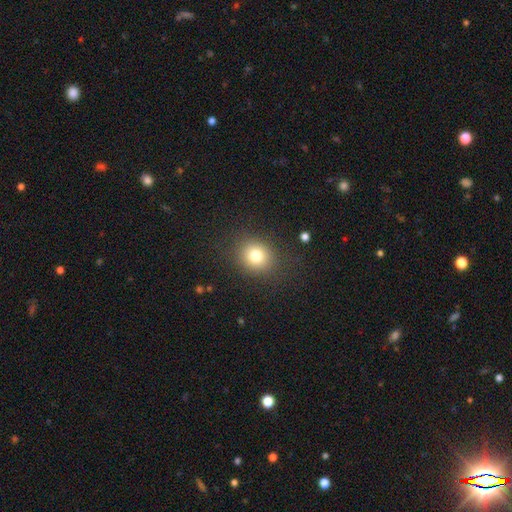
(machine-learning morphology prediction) Q: Smooth or featured?
A: smooth (77%); runner-up: star or artifact (13%)
Q: How rounded?
A: round (77%); runner-up: in between (22%)
Q: Merging?
A: none (85%); runner-up: minor disturbance (9%)